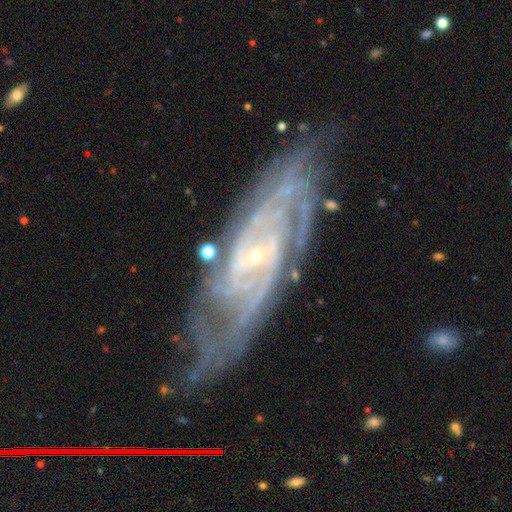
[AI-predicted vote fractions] featured or disk 90%, star or artifact 6%, smooth 4%. Down the decision tree: edge-on disk — no (92%); bar — no (46%); spiral arms — yes (98%); spiral arm count — 2 (32%); spiral winding — tight (61%); bulge size — small (85%); merging — none (73%).